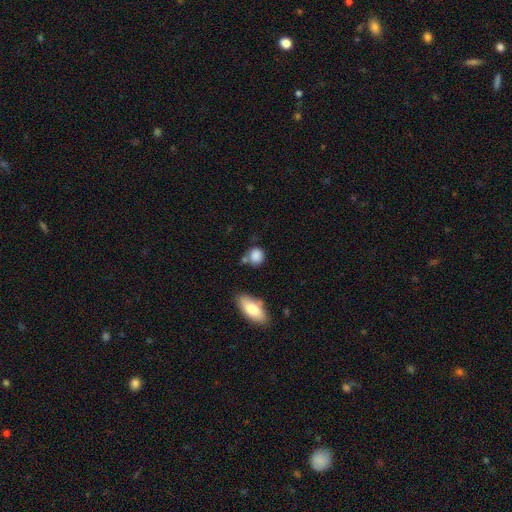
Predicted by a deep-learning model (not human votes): This is clearly a smooth galaxy (86%). How rounded: likely round (73%). Merging: likely none (62%).